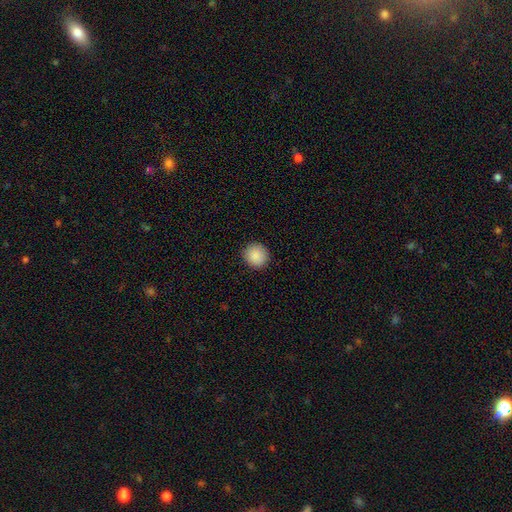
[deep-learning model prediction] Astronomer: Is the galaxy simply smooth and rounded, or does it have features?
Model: smooth — 89%.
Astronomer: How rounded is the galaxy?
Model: round — 89%.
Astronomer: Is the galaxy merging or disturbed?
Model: none — 91%.